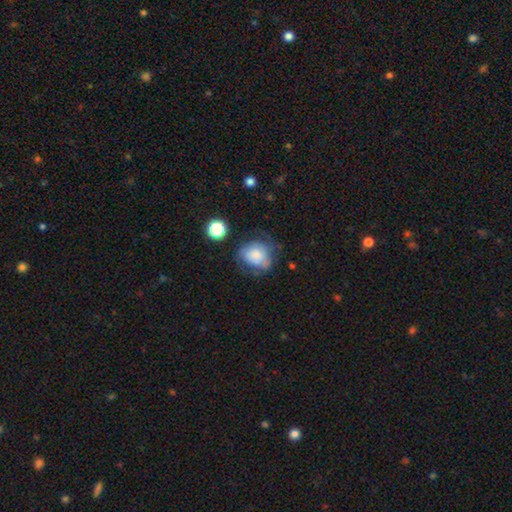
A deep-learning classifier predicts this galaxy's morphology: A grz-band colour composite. It shows a smooth galaxy with no disk features (68%) that is round (60%). Merging: none (47%).